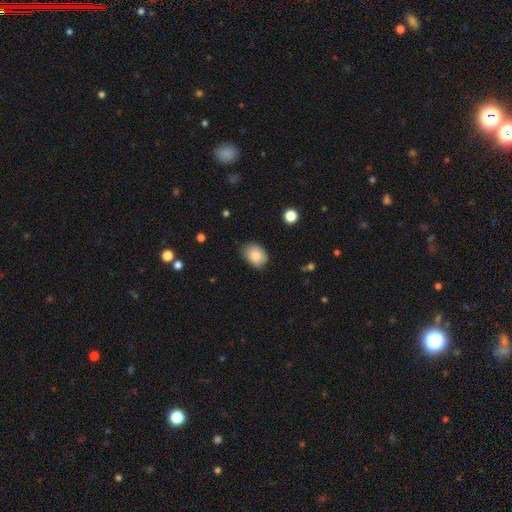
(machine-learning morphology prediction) Overall: smooth (85%). How rounded: in between (70%). Merging: none (77%).